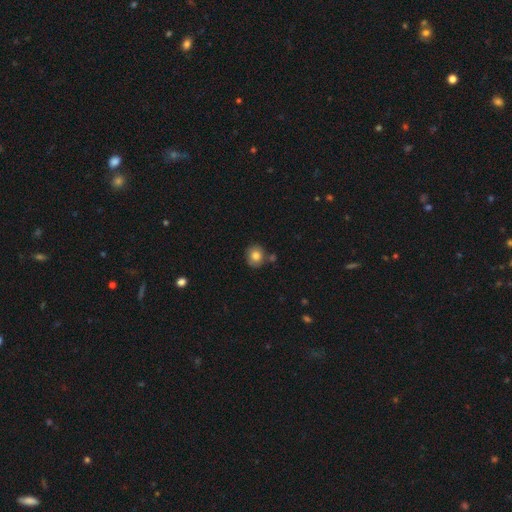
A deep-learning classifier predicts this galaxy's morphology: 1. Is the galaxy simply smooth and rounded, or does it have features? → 81% smooth, 10% featured or disk, 9% star or artifact.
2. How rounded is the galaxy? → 80% round, 19% in between, 1% cigar-shaped.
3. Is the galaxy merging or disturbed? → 76% none, 13% minor disturbance, 8% merger, 3% major disturbance.